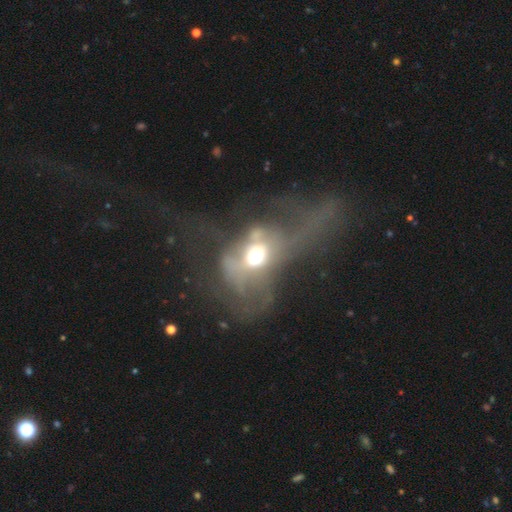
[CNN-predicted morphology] Smooth or featured: featured or disk — 55% (smooth — 33%)
Edge-on disk: no — 93% (yes — 7%)
Bar: no — 74% (weak — 19%)
Spiral arms: no — 69% (yes — 31%)
Bulge size: moderate — 63% (large — 24%)
Merging: major disturbance — 65% (none — 14%)